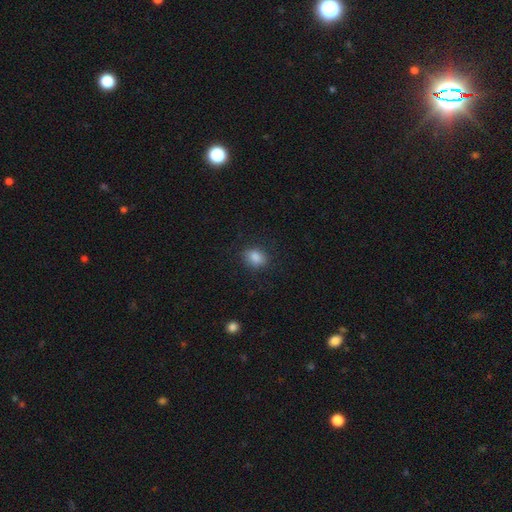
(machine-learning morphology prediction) A smooth galaxy with no disk features (84%) that is in between round and cigar-shaped (53%).

Vote fractions:
- Smooth or featured? smooth: 84% / star or artifact: 11% / featured or disk: 5%
- How rounded? in between: 53% / round: 46% / cigar-shaped: 1%
- Merging? none: 85% / minor disturbance: 11% / major disturbance: 4% / merger: 1%